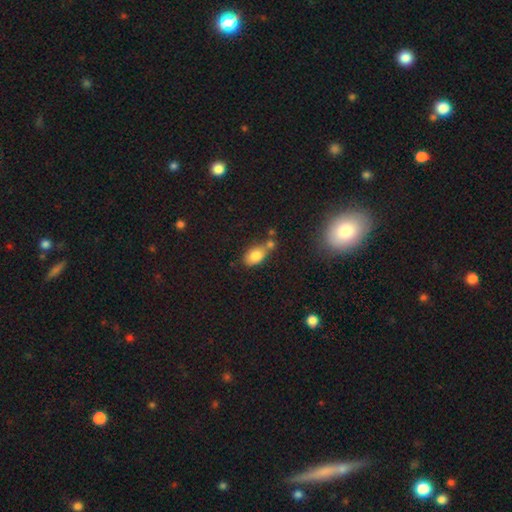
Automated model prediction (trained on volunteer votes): A smooth galaxy with no disk features (80%) that is in between round and cigar-shaped (86%).

Vote fractions:
- Smooth or featured? smooth: 80% / featured or disk: 10% / star or artifact: 10%
- How rounded? in between: 86% / round: 11% / cigar-shaped: 2%
- Merging? none: 49% / merger: 29% / minor disturbance: 17% / major disturbance: 5%